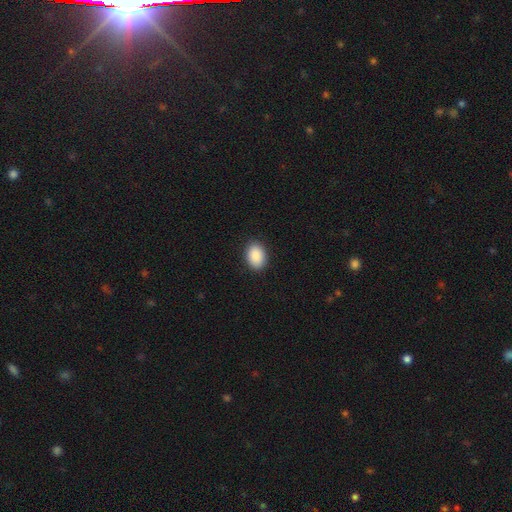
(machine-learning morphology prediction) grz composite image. It shows a smooth galaxy with no disk features (90%) that is in between round and cigar-shaped (81%). Merging: none (90%).